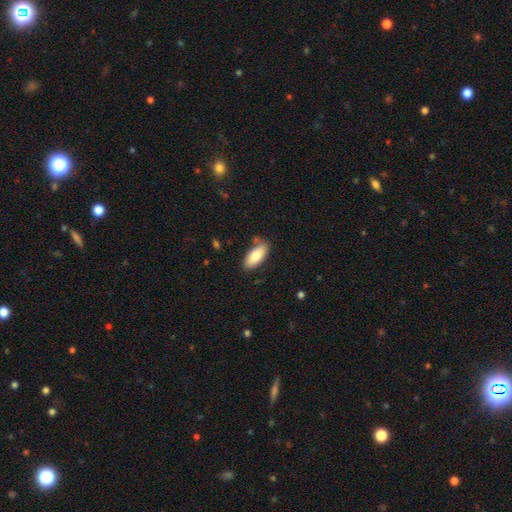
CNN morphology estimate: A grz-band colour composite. It shows a smooth galaxy with no disk features (79%) that is in between round and cigar-shaped (86%). Merging: none (79%).